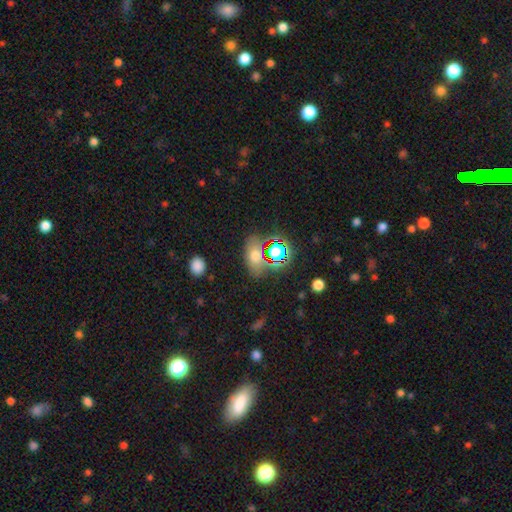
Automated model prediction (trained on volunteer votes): Q: Smooth or featured?
A: smooth (62%); runner-up: star or artifact (25%)
Q: How rounded?
A: in between (79%); runner-up: round (16%)
Q: Merging?
A: none (74%); runner-up: minor disturbance (14%)